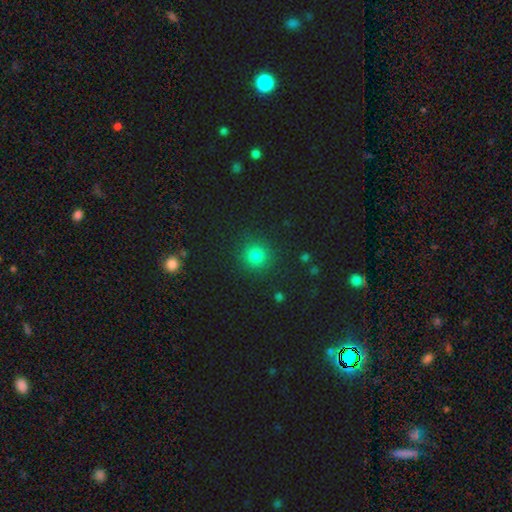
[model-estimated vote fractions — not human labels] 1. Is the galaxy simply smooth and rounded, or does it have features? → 79% smooth, 15% star or artifact, 5% featured or disk.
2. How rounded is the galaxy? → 93% round, 6% in between, 1% cigar-shaped.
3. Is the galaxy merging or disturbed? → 89% none, 7% minor disturbance, 3% major disturbance, 2% merger.